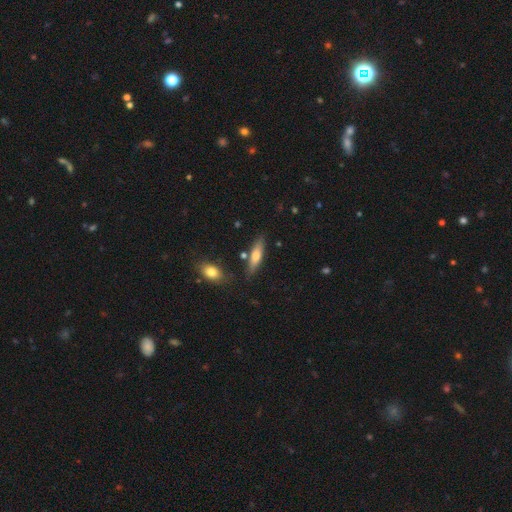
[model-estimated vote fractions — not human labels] This appears to be a smooth galaxy with no disk features (63%) that is cigar-shaped (64%). Merging: none (77%).